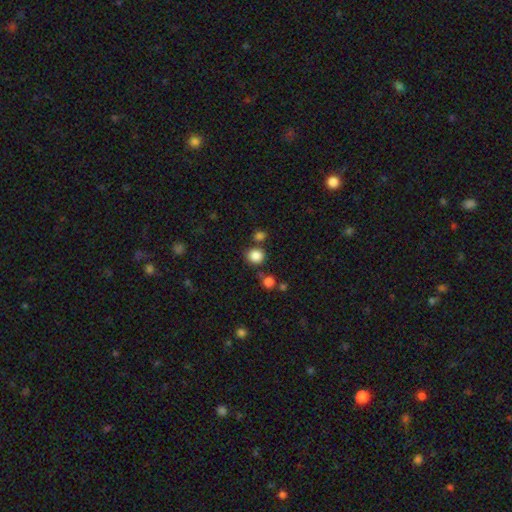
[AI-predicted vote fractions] smooth-or-featured: smooth: 85% | star or artifact: 11% | featured or disk: 4%
  how-rounded: round: 84% | in between: 15% | cigar-shaped: 1%
  merging: none: 76% | merger: 11% | minor disturbance: 10% | major disturbance: 3%